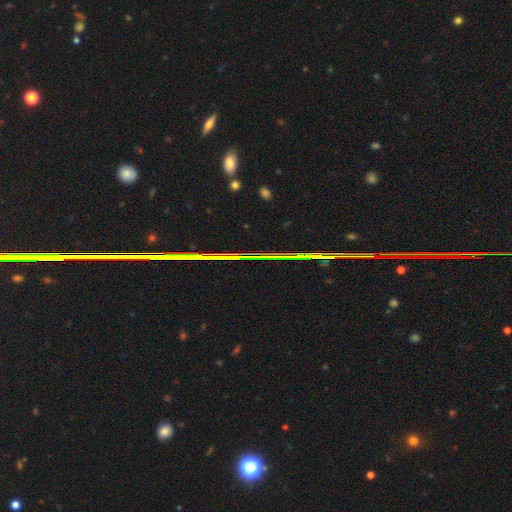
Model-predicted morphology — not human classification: Smooth or featured: star or artifact — 84% (smooth — 8%)